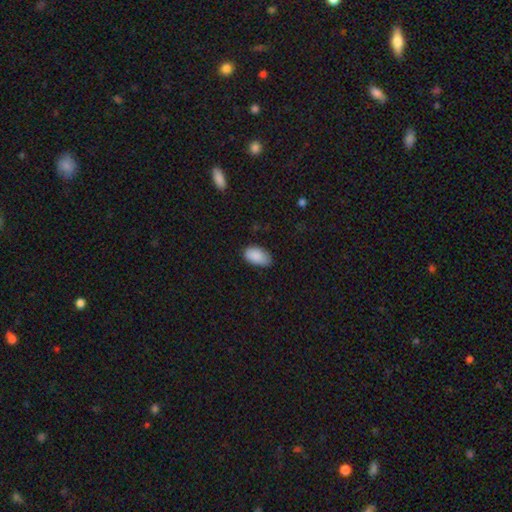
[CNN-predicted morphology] type=smooth (89%); roundness=in between (94%); merging=none (68%).